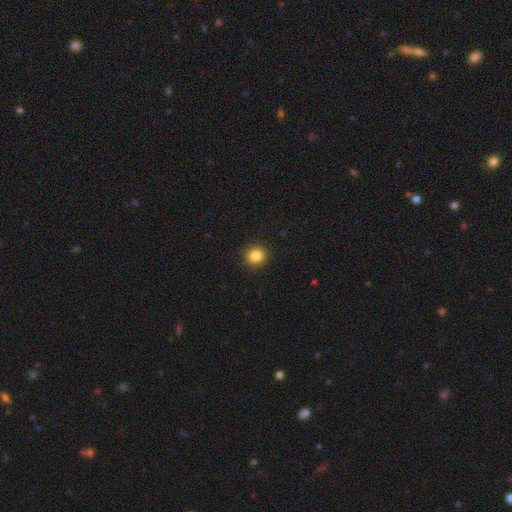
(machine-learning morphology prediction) This appears to be a smooth galaxy with no disk features (85%) that is round (90%). Merging: none (92%).